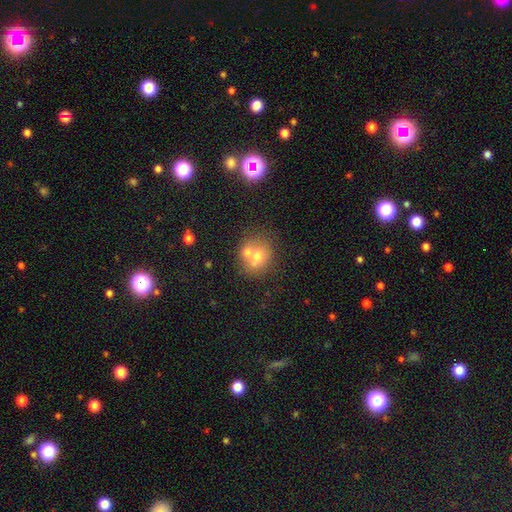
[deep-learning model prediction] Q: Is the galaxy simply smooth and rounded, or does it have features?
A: smooth — 63%.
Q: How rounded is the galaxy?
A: round — 72%.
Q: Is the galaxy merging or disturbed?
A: merger — 49%.